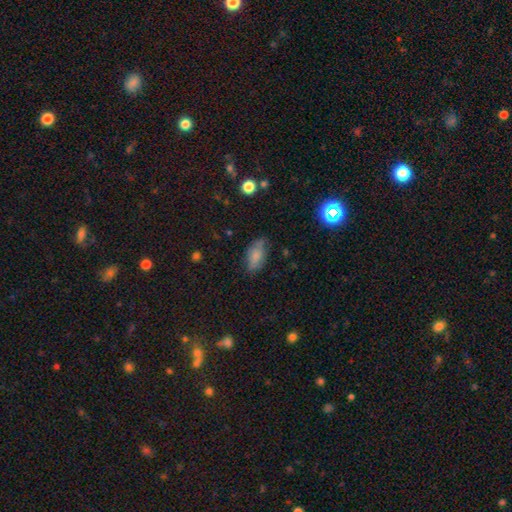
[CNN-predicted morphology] Overall: smooth (78%). How rounded: in between (89%). Merging: none (66%).